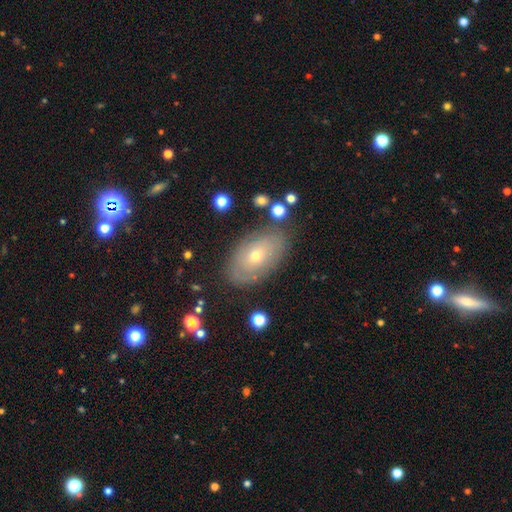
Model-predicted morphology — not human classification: This appears to be a featured or disk galaxy (45%). Merging: none (81%).